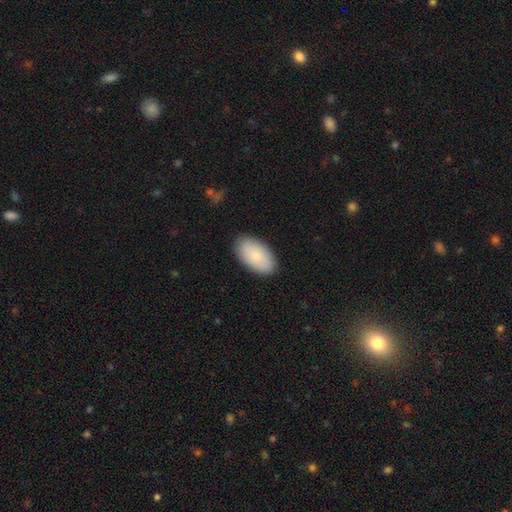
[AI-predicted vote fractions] Smooth or featured: smooth — 83% (featured or disk — 12%)
How rounded: in between — 95% (round — 3%)
Merging: none — 88% (minor disturbance — 9%)